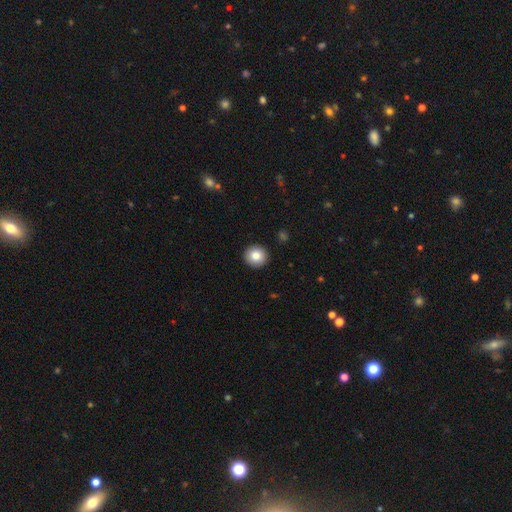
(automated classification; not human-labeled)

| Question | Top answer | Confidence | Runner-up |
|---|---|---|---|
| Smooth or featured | smooth | 84% | star or artifact (9%) |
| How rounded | round | 95% | in between (4%) |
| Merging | none | 93% | minor disturbance (4%) |